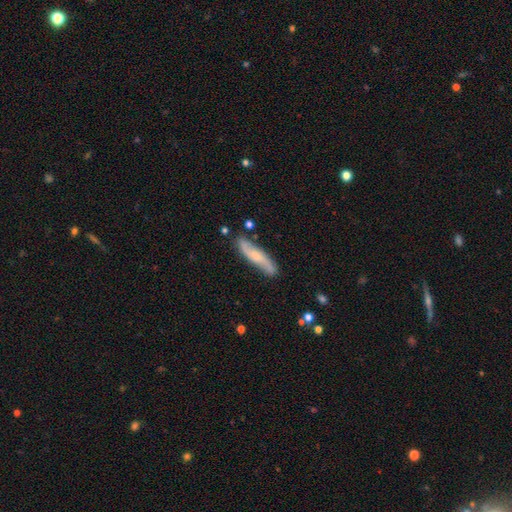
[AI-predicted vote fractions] Smooth or featured: featured or disk — 55% (smooth — 39%)
Edge-on disk: no — 59% (yes — 41%)
Merging: none — 81% (minor disturbance — 14%)